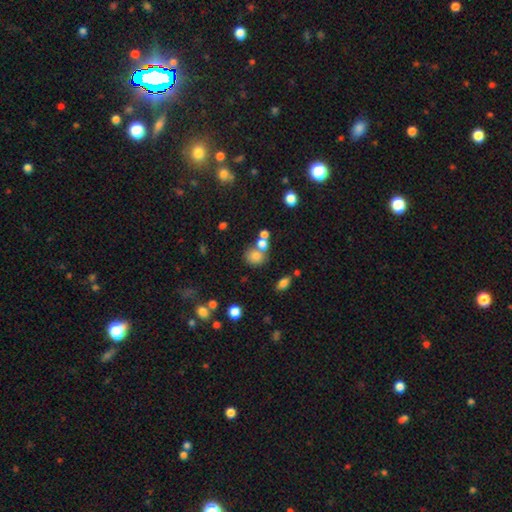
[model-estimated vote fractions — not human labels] Smooth or featured? Predicted: smooth (p=0.76). How rounded? Predicted: round (p=0.69). Merging? Predicted: none (p=0.48).